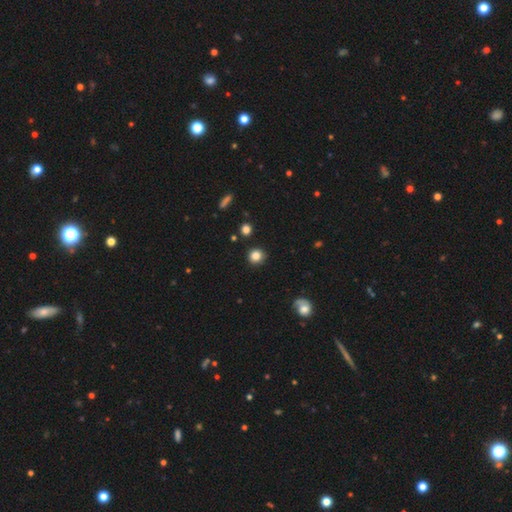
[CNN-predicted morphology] smooth-or-featured: smooth: 84% | star or artifact: 11% | featured or disk: 5%
  how-rounded: round: 91% | in between: 8% | cigar-shaped: 1%
  merging: none: 89% | minor disturbance: 7% | major disturbance: 2% | merger: 2%